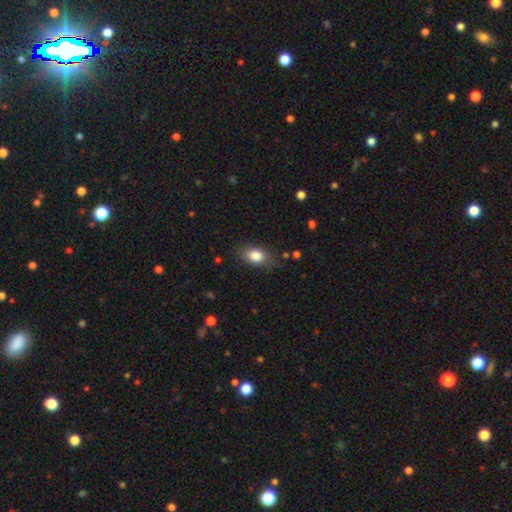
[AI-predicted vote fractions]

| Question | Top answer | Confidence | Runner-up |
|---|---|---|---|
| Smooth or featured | smooth | 84% | star or artifact (8%) |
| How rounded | in between | 80% | round (18%) |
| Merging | none | 75% | minor disturbance (18%) |